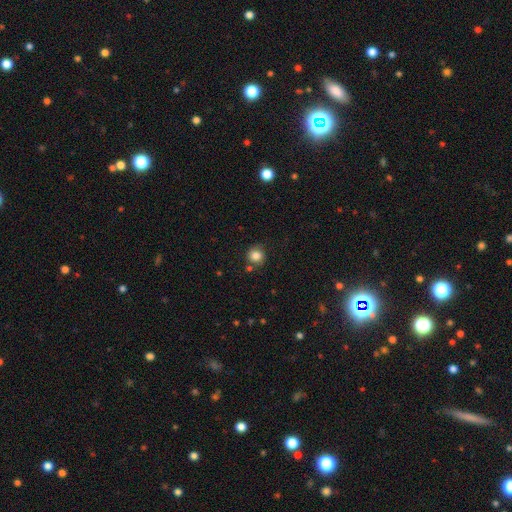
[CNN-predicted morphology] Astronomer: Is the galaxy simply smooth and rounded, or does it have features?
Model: smooth — 83%.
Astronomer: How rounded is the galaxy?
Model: round — 88%.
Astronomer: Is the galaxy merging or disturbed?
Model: none — 76%.